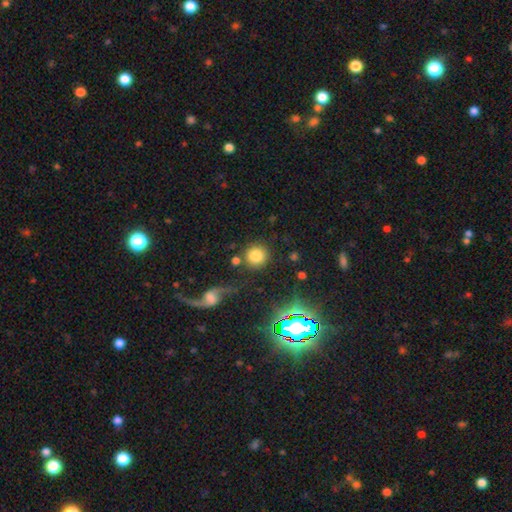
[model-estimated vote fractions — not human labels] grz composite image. It shows a smooth galaxy with no disk features (77%) that is round (92%). Merging: none (74%).